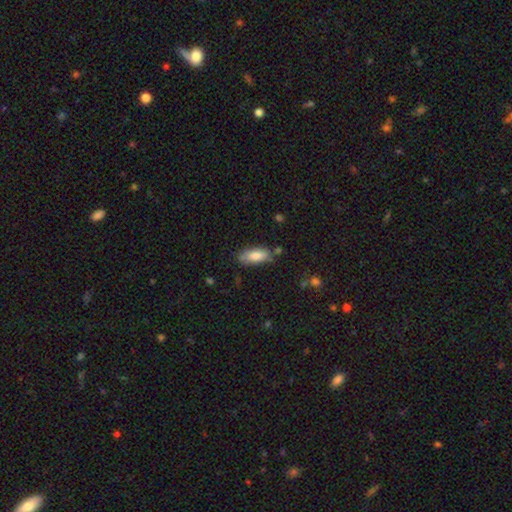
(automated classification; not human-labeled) This appears to be a smooth galaxy with no disk features (83%) that is in between round and cigar-shaped (76%). Merging: none (70%).